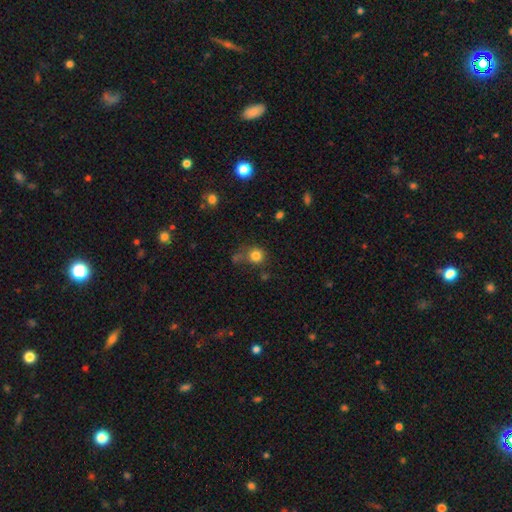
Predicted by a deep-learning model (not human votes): smooth_or_featured: smooth (p=0.82) [alt: star or artifact p=0.12]
how_rounded: round (p=0.89) [alt: in between p=0.10]
merging: none (p=0.64) [alt: minor disturbance p=0.17]